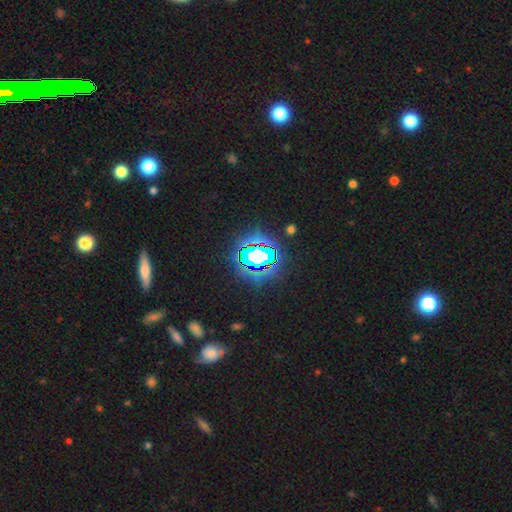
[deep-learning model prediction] Smooth or featured?
  - star or artifact: 71% *
  - smooth: 16%
  - featured or disk: 13%